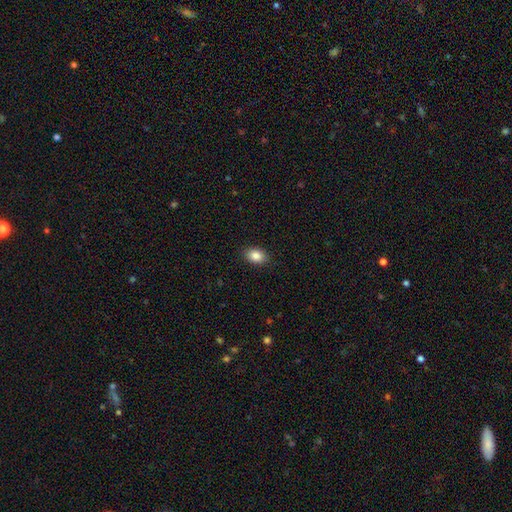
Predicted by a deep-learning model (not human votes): A smooth galaxy with no disk features (86%) that is in between round and cigar-shaped (78%). Merging: none (89%).